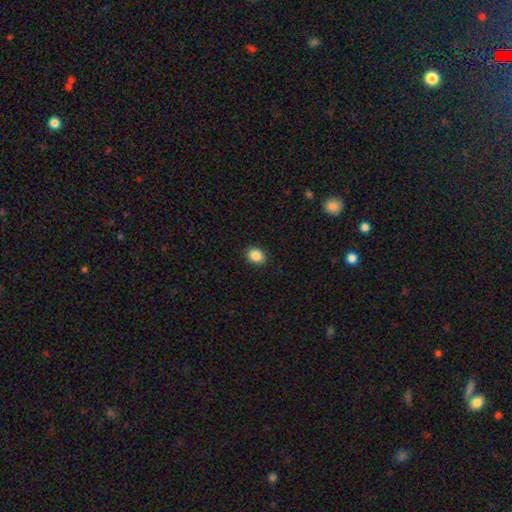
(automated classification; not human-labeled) This appears to be a smooth galaxy with no disk features (88%) that is round (51%). Merging: none (90%).